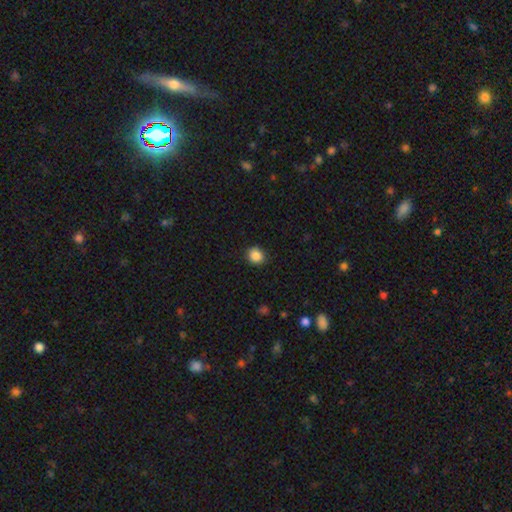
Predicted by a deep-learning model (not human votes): smooth 87%, star or artifact 10%, featured or disk 3%. Down the decision tree: how rounded — round (79%); merging — none (87%).